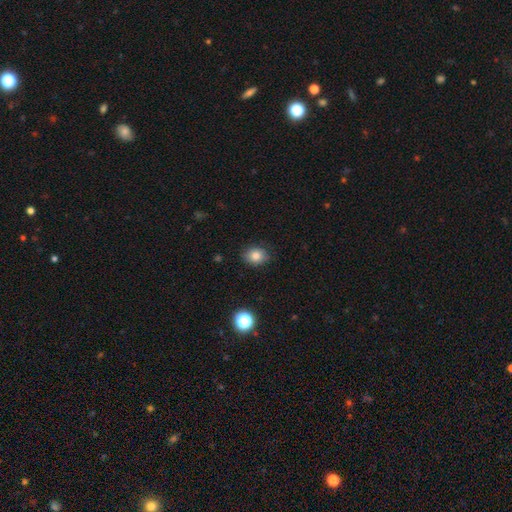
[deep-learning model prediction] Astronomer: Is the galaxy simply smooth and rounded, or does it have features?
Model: smooth — 82%.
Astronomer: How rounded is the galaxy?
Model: in between — 50% (runner-up: round, 49%).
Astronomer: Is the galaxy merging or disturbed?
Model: none — 84%.